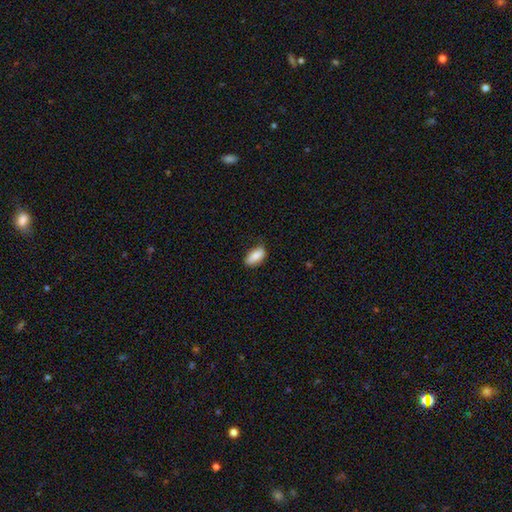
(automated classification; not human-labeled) This appears to be a smooth galaxy with no disk features (86%) that is in between round and cigar-shaped (90%). Merging: none (74%).